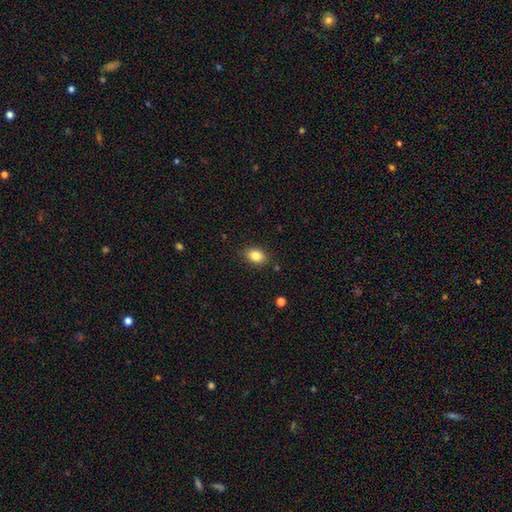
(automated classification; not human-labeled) smooth_or_featured: smooth (p=0.84) [alt: star or artifact p=0.09]
how_rounded: in between (p=0.70) [alt: round p=0.28]
merging: none (p=0.85) [alt: minor disturbance p=0.11]